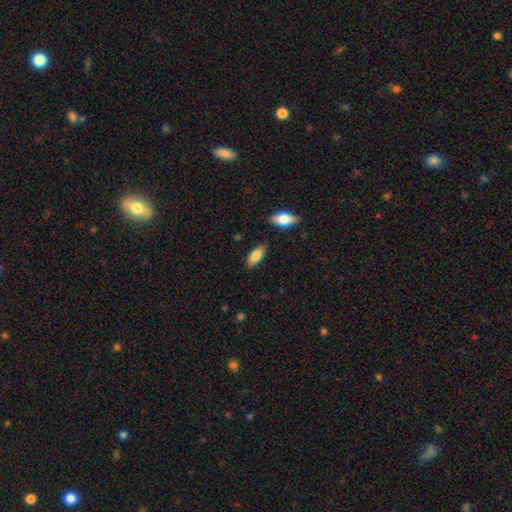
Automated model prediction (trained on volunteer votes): Overall: smooth (81%). How rounded: in between (79%). Merging: none (82%).